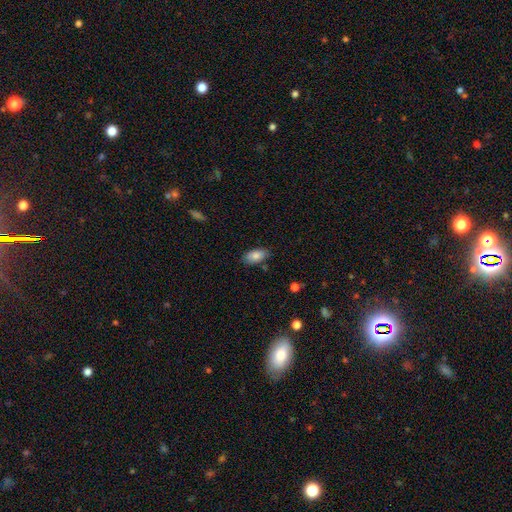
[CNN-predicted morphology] Overall: smooth (83%). How rounded: in between (93%). Merging: none (81%).